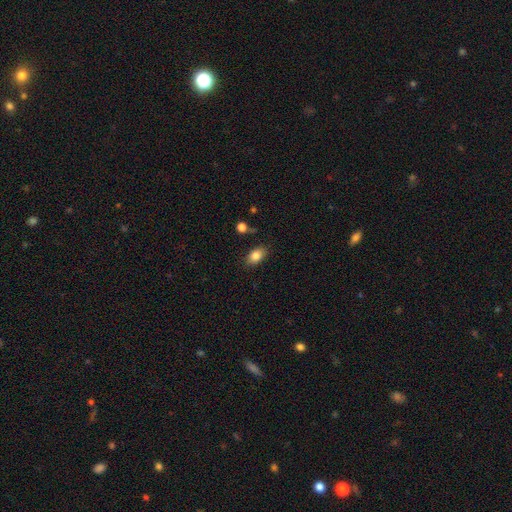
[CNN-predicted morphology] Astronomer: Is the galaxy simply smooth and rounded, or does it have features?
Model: smooth — 84%.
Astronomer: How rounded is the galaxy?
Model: in between — 87%.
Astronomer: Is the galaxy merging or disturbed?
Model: none — 83%.